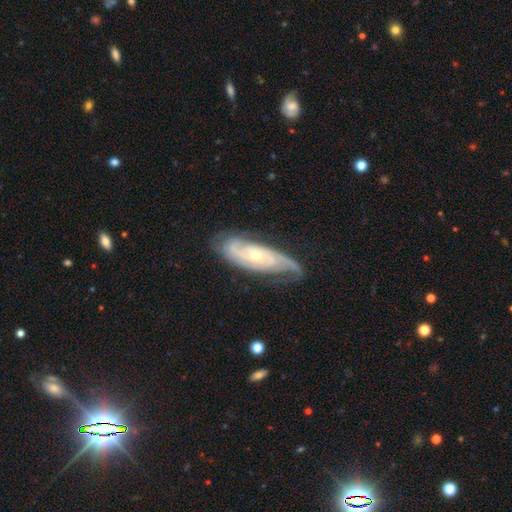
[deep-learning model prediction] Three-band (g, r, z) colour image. It shows a featured or disk galaxy (87%) with no bar (64%), 2 (44%) tight (59%) spiral arms (97%) and a small central bulge (49%). Merging: none (69%).